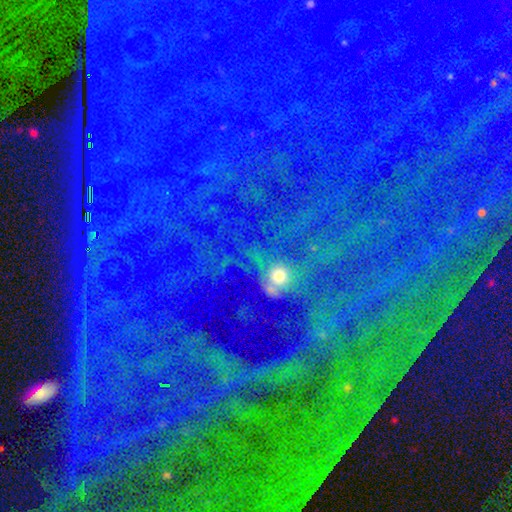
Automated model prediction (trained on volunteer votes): star or artifact 82%, smooth 10%, featured or disk 9%.